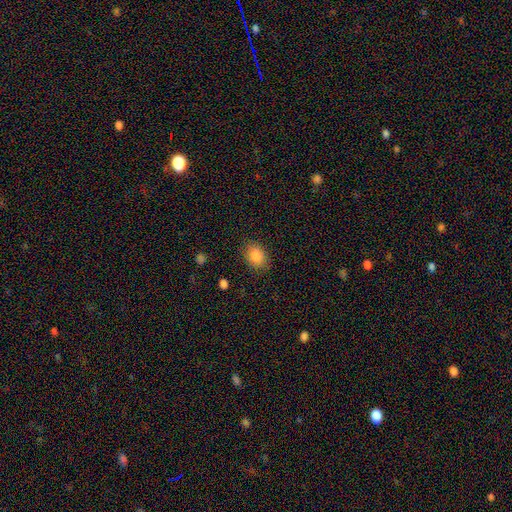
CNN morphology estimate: The model was most divided on "how rounded": in between: 67%, round: 32%, cigar-shaped: 1%. More confident: smooth or featured — smooth (86%); merging — none (84%).